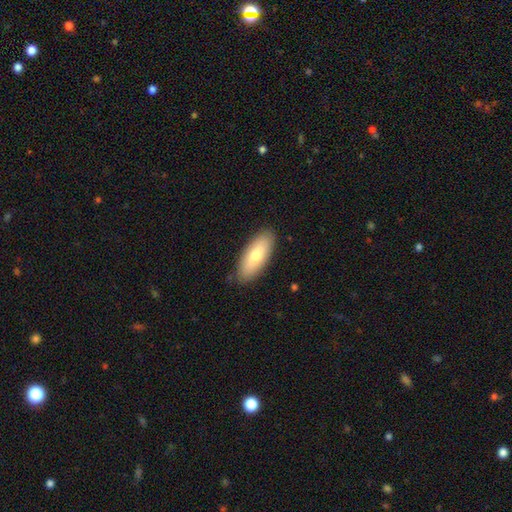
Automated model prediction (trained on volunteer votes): Overall: smooth (72%). How rounded: in between (77%). Merging: none (87%).